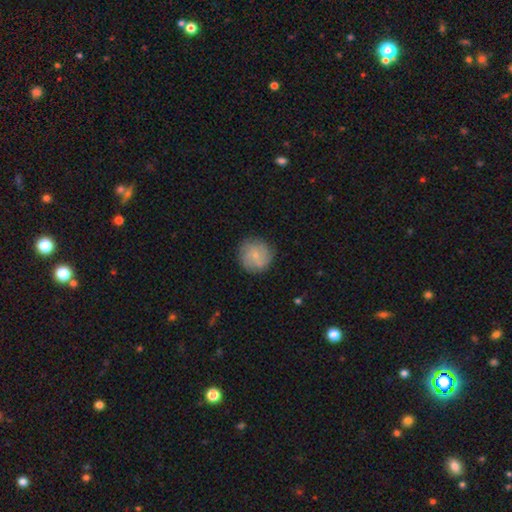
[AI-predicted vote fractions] Q: Smooth or featured?
A: smooth (66%); runner-up: featured or disk (27%)
Q: How rounded?
A: round (94%); runner-up: in between (5%)
Q: Merging?
A: none (84%); runner-up: minor disturbance (11%)